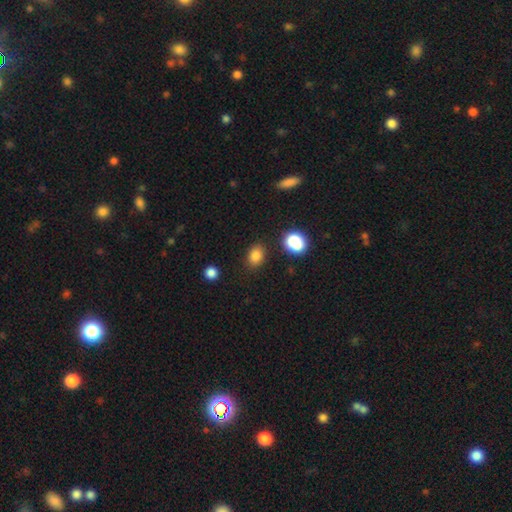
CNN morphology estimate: type=smooth (82%); roundness=in between (65%); merging=none (84%).